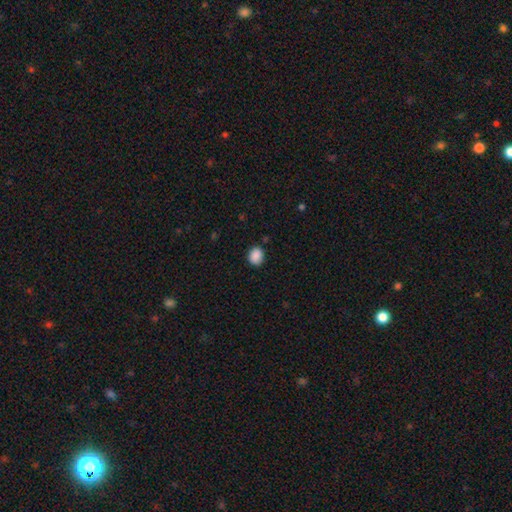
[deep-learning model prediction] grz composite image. It shows a smooth galaxy with no disk features (88%) that is round (58%). Merging: none (85%).